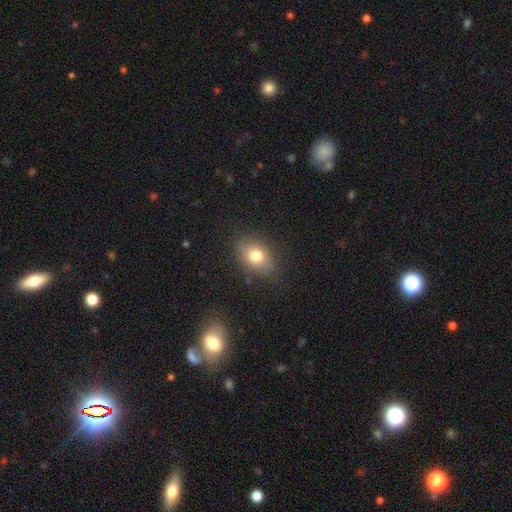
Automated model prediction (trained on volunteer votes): The model was most divided on "how rounded": in between: 74%, round: 24%, cigar-shaped: 2%. More confident: merging — none (81%); smooth or featured — smooth (75%).